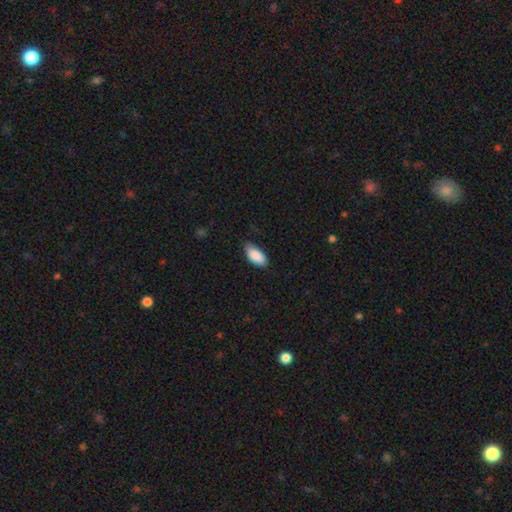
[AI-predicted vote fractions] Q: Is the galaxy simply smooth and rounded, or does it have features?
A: smooth — 89%.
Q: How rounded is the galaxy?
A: in between — 93%.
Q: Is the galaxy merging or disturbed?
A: none — 75%.